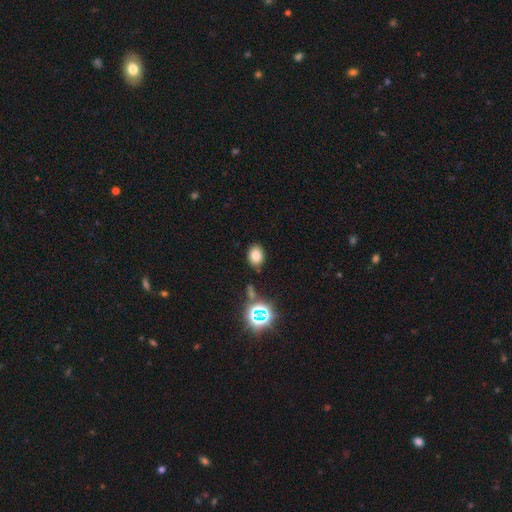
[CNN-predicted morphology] smooth 76%, star or artifact 16%, featured or disk 7%. Down the decision tree: how rounded — in between (68%); merging — none (81%).